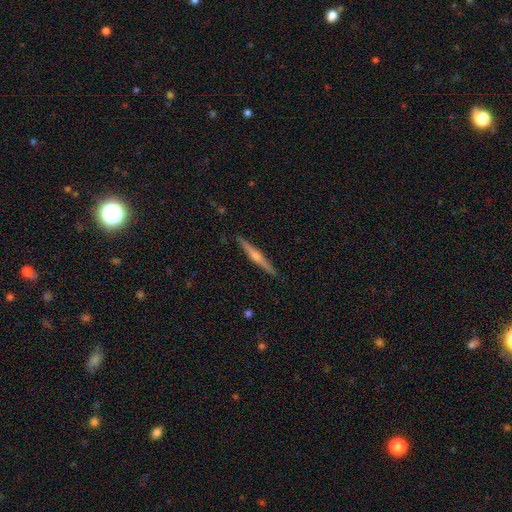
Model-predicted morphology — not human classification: Smooth or featured?
  - featured or disk: 73% *
  - smooth: 22%
  - star or artifact: 6%
Edge-on disk?
  - yes: 98% *
  - no: 2%
Edge-on bulge?
  - rounded: 85% *
  - none: 8%
  - boxy: 7%
Merging?
  - none: 91% *
  - minor disturbance: 6%
  - major disturbance: 1%
  - merger: 1%